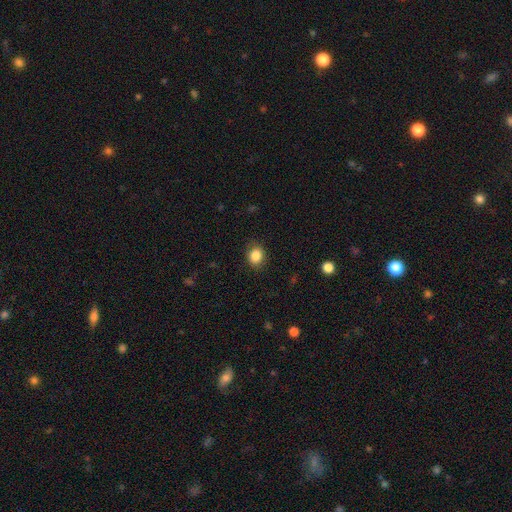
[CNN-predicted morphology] Smooth or featured?
  - smooth: 86% *
  - star or artifact: 10%
  - featured or disk: 5%
How rounded?
  - round: 62% *
  - in between: 37%
  - cigar-shaped: 1%
Merging?
  - none: 86% *
  - minor disturbance: 10%
  - major disturbance: 3%
  - merger: 1%